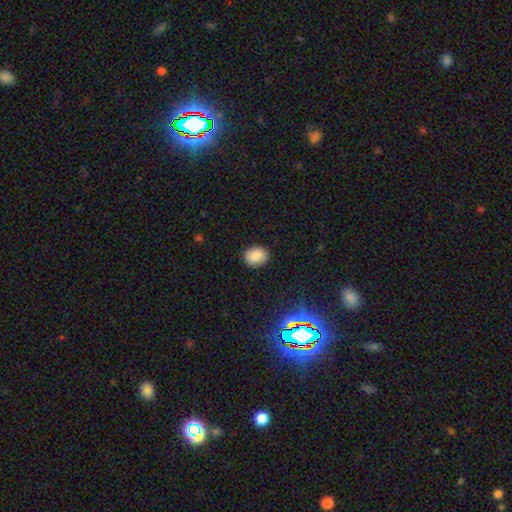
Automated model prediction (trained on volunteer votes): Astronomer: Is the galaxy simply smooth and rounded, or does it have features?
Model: smooth — 82%.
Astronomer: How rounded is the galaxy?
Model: round — 54% (runner-up: in between, 45%).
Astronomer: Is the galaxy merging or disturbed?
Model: none — 89%.